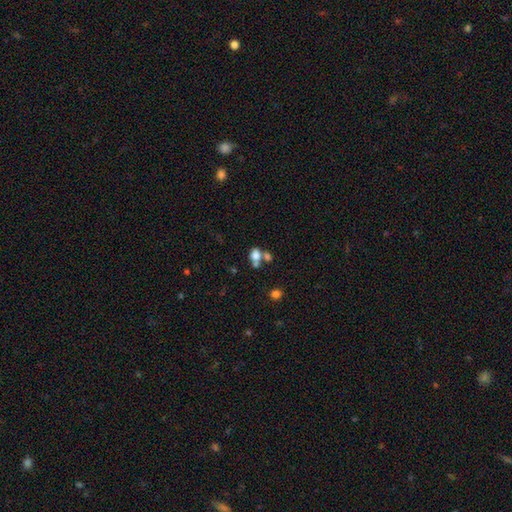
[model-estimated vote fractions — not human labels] Smooth or featured?
  - smooth: 74% *
  - star or artifact: 13%
  - featured or disk: 13%
How rounded?
  - in between: 60% *
  - round: 38%
  - cigar-shaped: 2%
Merging?
  - merger: 48% *
  - none: 36%
  - minor disturbance: 10%
  - major disturbance: 6%